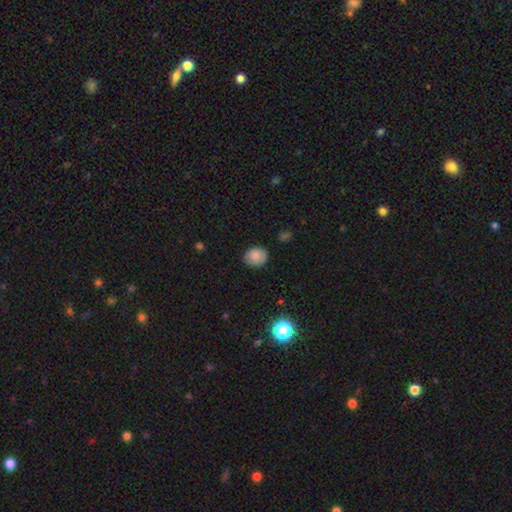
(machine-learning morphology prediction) Smooth or featured: smooth — 81% (star or artifact — 9%)
How rounded: round — 68% (in between — 32%)
Merging: none — 81% (minor disturbance — 15%)